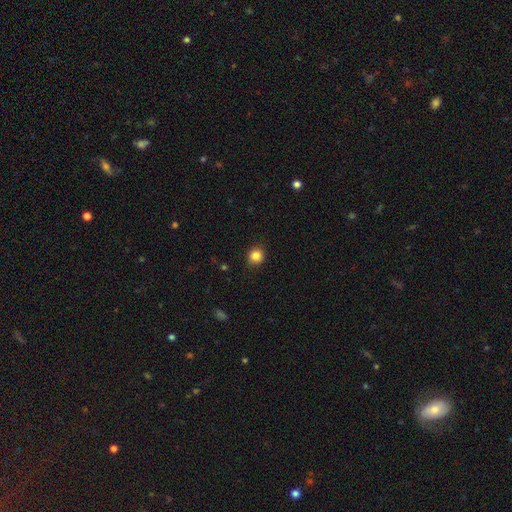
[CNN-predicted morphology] Q: Smooth or featured?
A: smooth (85%); runner-up: star or artifact (11%)
Q: How rounded?
A: round (85%); runner-up: in between (14%)
Q: Merging?
A: none (88%); runner-up: minor disturbance (9%)